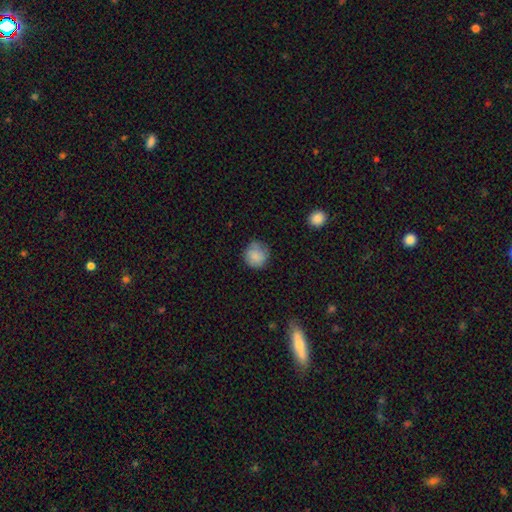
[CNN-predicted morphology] Smooth or featured? Predicted: smooth (p=0.84). How rounded? Predicted: round (p=0.90). Merging? Predicted: none (p=0.75).